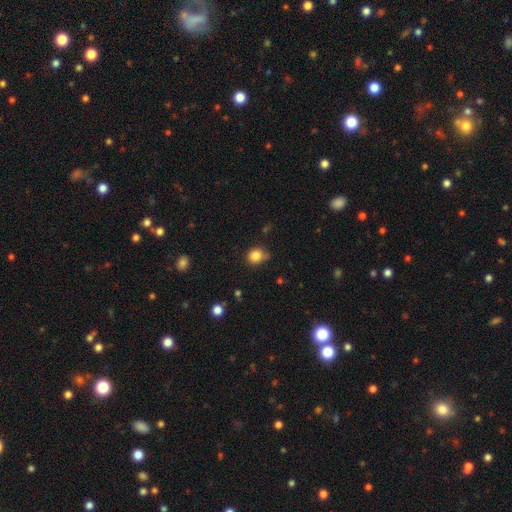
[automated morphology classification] A smooth galaxy with no disk features (84%) that is round (75%).

Vote fractions:
- Smooth or featured? smooth: 84% / star or artifact: 11% / featured or disk: 6%
- How rounded? round: 75% / in between: 24% / cigar-shaped: 1%
- Merging? none: 68% / minor disturbance: 25% / major disturbance: 5% / merger: 3%